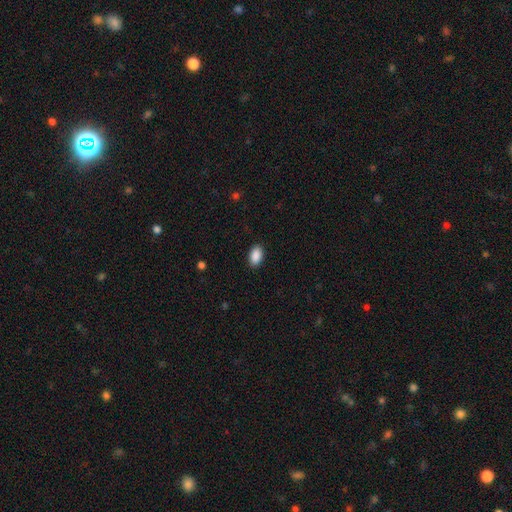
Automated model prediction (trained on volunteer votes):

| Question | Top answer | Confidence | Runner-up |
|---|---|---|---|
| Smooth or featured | smooth | 90% | star or artifact (7%) |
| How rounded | in between | 91% | round (7%) |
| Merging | none | 89% | minor disturbance (8%) |